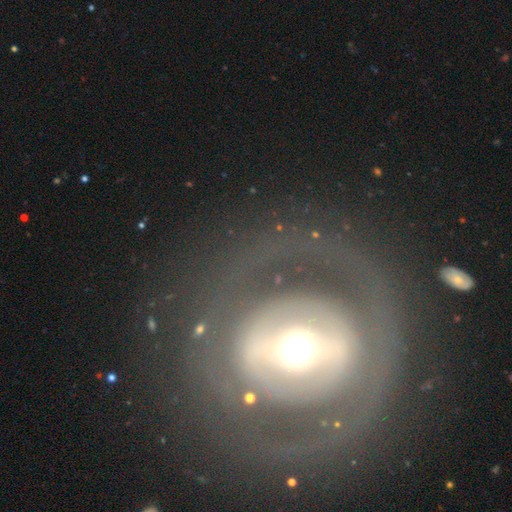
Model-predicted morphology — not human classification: type=featured or disk (71%); edge-on=no (94%); bar=strong (44%); spiral arms=no (64%); bulge=moderate (59%); merging=none (77%).